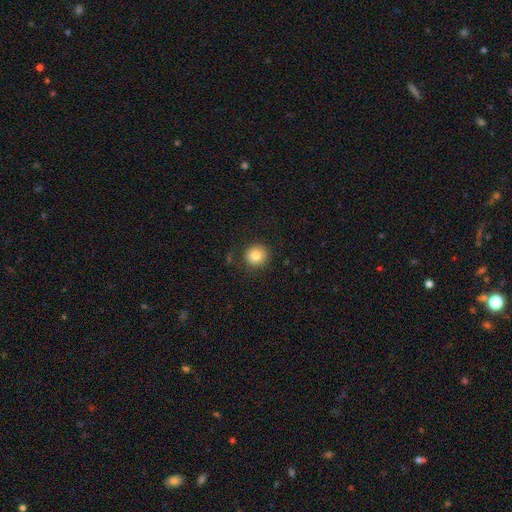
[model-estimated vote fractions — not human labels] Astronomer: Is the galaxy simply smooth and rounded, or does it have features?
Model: smooth — 83%.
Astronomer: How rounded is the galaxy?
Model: round — 92%.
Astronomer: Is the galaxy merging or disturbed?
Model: none — 87%.